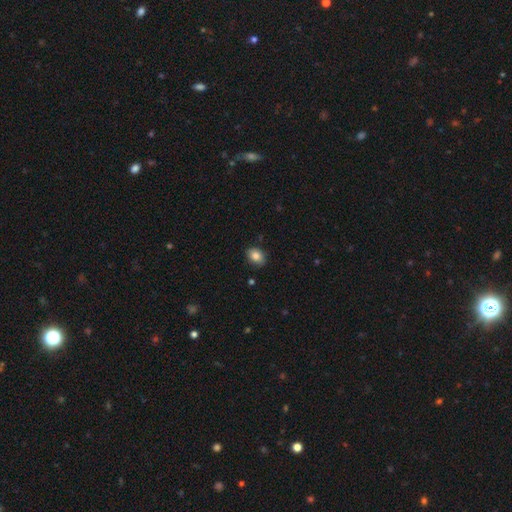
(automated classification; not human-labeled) Smooth or featured? smooth (85%)
How rounded? in between (69%)
Merging? none (85%)